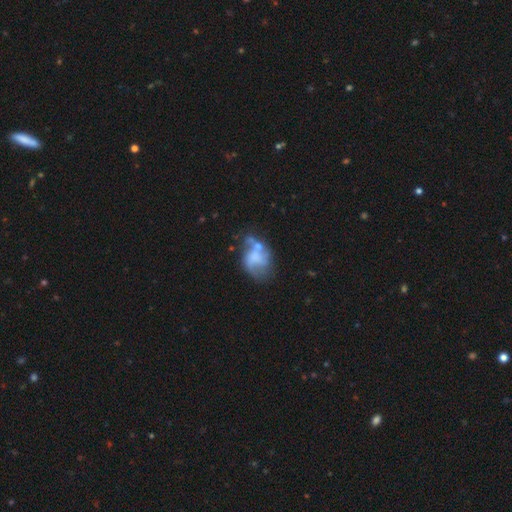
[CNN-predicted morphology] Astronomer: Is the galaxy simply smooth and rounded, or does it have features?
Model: featured or disk — 56% (runner-up: smooth, 34%).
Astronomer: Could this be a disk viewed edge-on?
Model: no — 97%.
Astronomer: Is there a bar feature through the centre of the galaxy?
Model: no — 74%.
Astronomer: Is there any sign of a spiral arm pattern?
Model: yes — 51% (runner-up: no, 49%).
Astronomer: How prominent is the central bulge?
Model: none — 55%.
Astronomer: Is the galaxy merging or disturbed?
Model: none — 34% (runner-up: major disturbance, 26%).